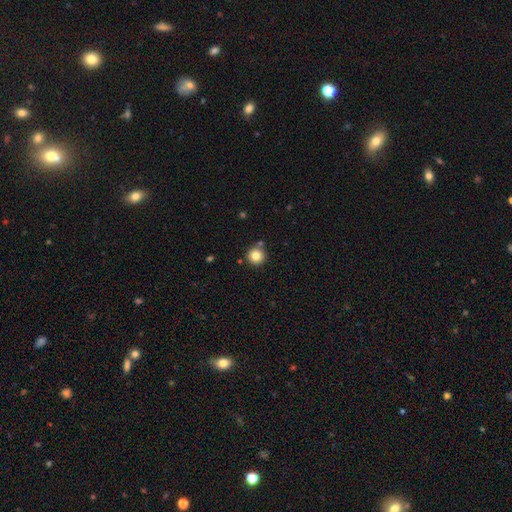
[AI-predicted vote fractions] Overall: smooth (82%). How rounded: round (96%). Merging: none (85%).